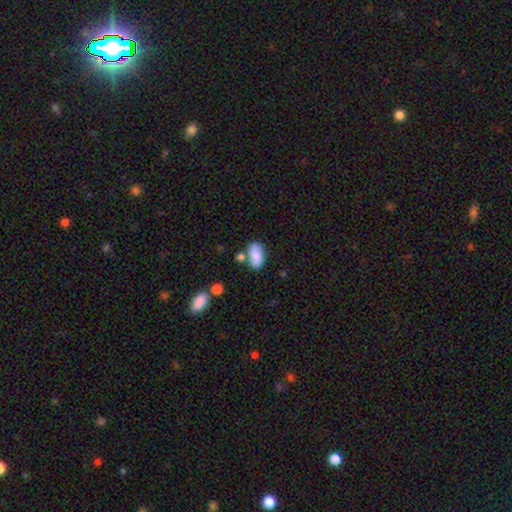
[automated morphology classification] This appears to be a smooth galaxy with no disk features (86%) that is in between round and cigar-shaped (93%). Merging: none (68%).